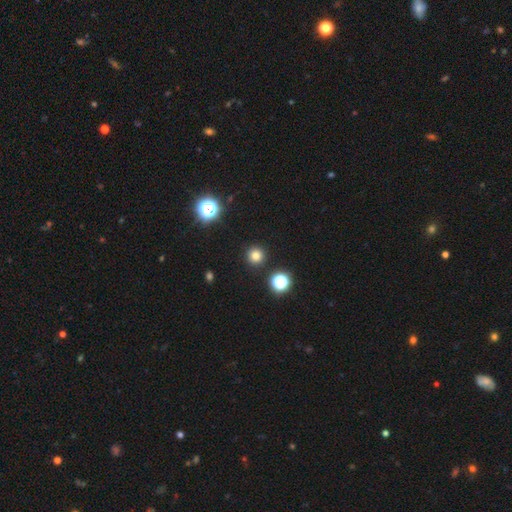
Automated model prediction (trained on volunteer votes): A smooth galaxy with no disk features (77%) that is round (96%).

Vote fractions:
- Smooth or featured? smooth: 77% / star or artifact: 17% / featured or disk: 6%
- How rounded? round: 96% / in between: 3% / cigar-shaped: 1%
- Merging? none: 92% / minor disturbance: 5% / major disturbance: 2% / merger: 2%